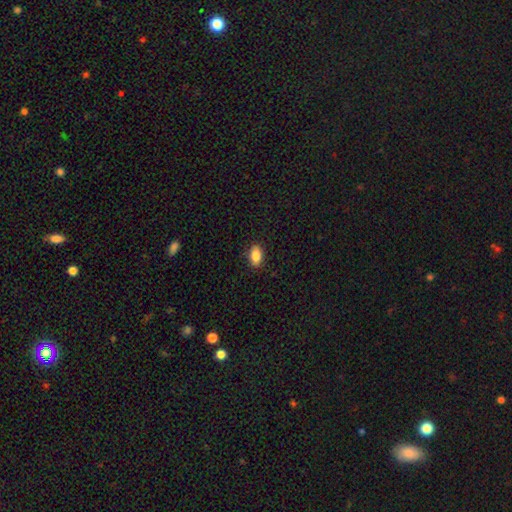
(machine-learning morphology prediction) smooth_or_featured: smooth (p=0.84) [alt: star or artifact p=0.08]
how_rounded: in between (p=0.89) [alt: round p=0.07]
merging: none (p=0.88) [alt: minor disturbance p=0.09]